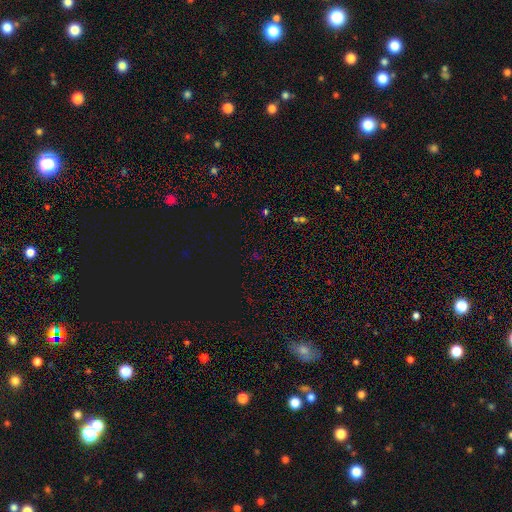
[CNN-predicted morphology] This appears to be a star or artifact, not a galaxy (74%).